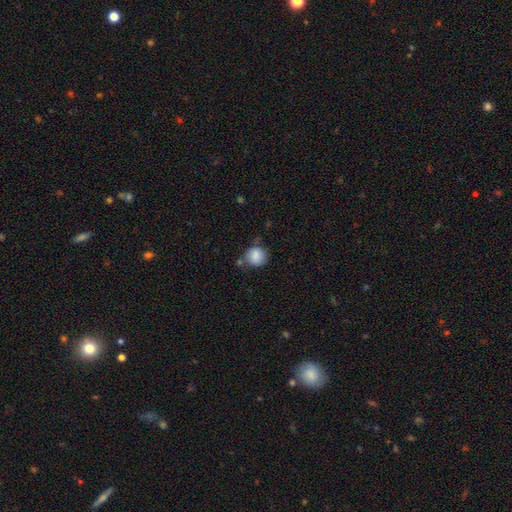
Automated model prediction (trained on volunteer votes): This is clearly a smooth galaxy (85%). How rounded: clearly round (82%). Merging: likely none (63%).